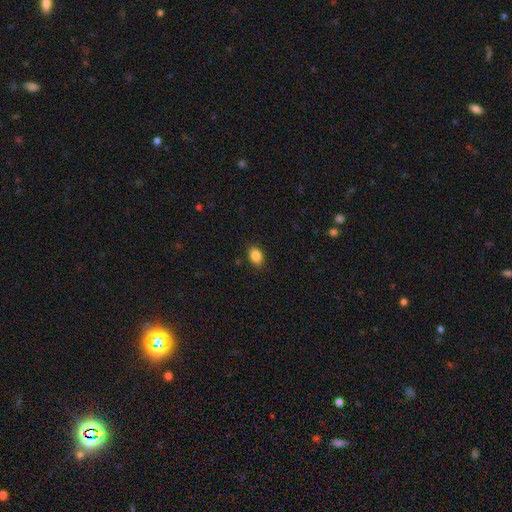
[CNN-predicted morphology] Smooth or featured? Predicted: smooth (p=0.86). How rounded? Predicted: in between (p=0.79). Merging? Predicted: none (p=0.86).